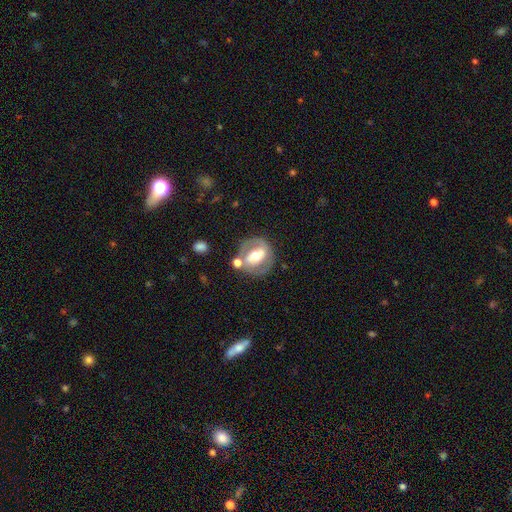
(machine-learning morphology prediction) type=featured or disk (63%); edge-on=no (93%); bar=strong (43%); spiral arms=no (55%); bulge=moderate (61%); merging=none (63%).